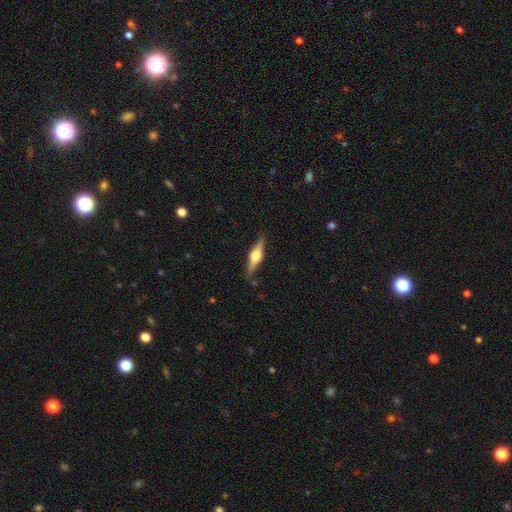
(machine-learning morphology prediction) A featured or disk galaxy (65%) viewed edge-on (96%) with a rounded central bulge (93%). Merging: none (83%).